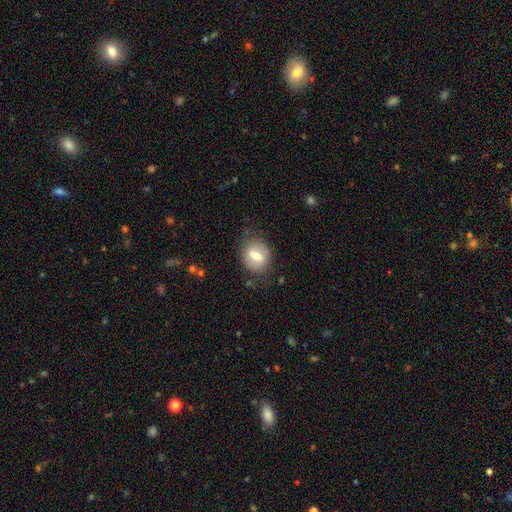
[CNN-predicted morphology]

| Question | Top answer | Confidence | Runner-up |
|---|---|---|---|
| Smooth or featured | smooth | 60% | featured or disk (32%) |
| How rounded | round | 55% | in between (43%) |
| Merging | none | 78% | minor disturbance (15%) |